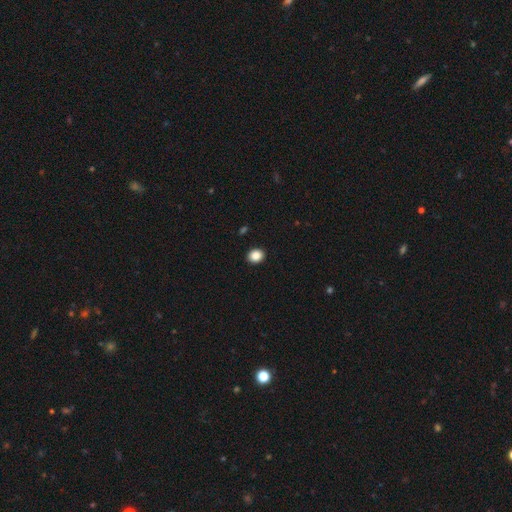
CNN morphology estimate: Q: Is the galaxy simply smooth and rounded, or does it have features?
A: smooth — 87%.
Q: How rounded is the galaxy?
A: round — 62%.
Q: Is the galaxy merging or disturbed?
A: none — 92%.